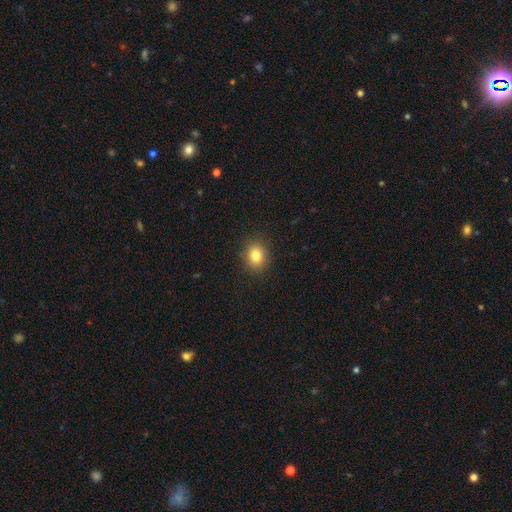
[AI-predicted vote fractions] The model was most divided on "how rounded": round: 63%, in between: 36%, cigar-shaped: 1%. More confident: merging — none (89%); smooth or featured — smooth (82%).